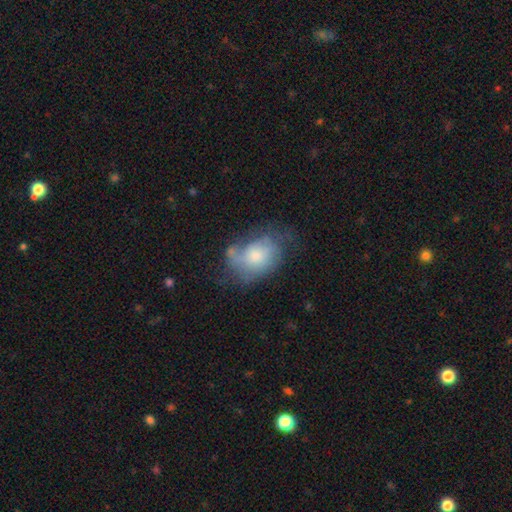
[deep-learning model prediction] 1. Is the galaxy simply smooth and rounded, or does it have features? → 54% smooth, 38% featured or disk, 9% star or artifact.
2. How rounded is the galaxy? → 72% in between, 27% round, 1% cigar-shaped.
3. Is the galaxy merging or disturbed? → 37% none, 30% minor disturbance, 27% major disturbance, 6% merger.